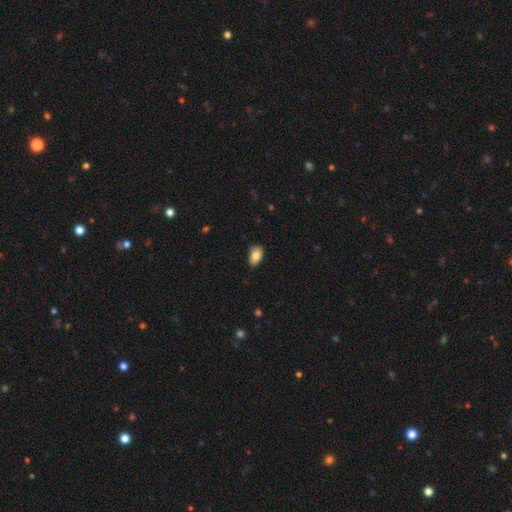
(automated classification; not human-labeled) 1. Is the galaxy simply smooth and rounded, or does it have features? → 83% smooth, 9% featured or disk, 8% star or artifact.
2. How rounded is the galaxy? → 88% in between, 10% round, 1% cigar-shaped.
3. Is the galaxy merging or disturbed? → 75% none, 21% minor disturbance, 3% major disturbance, 1% merger.